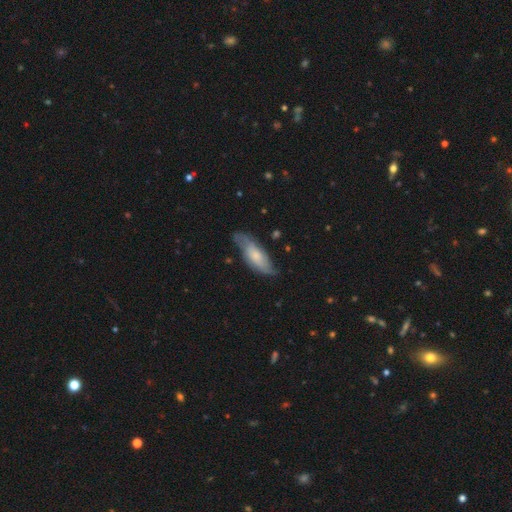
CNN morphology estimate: Smooth or featured: featured or disk — 48% (smooth — 46%)
Merging: none — 65% (minor disturbance — 26%)